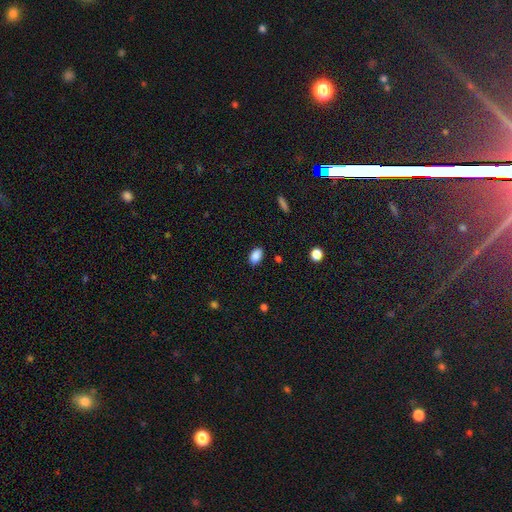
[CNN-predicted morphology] A smooth galaxy with no disk features (88%) that is in between round and cigar-shaped (89%). Merging: none (86%).